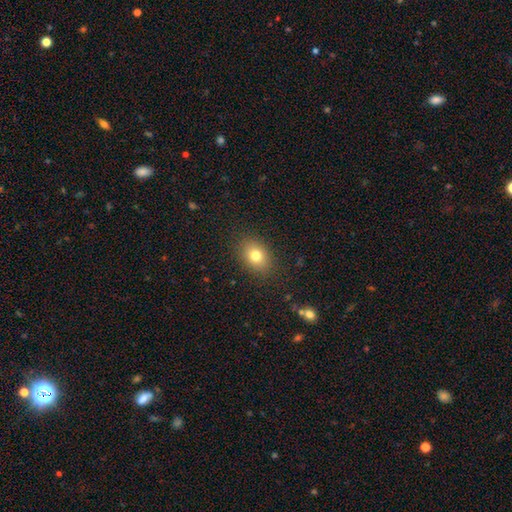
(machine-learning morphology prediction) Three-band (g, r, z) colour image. It shows a smooth galaxy with no disk features (78%) that is in between round and cigar-shaped (65%). Merging: none (87%).